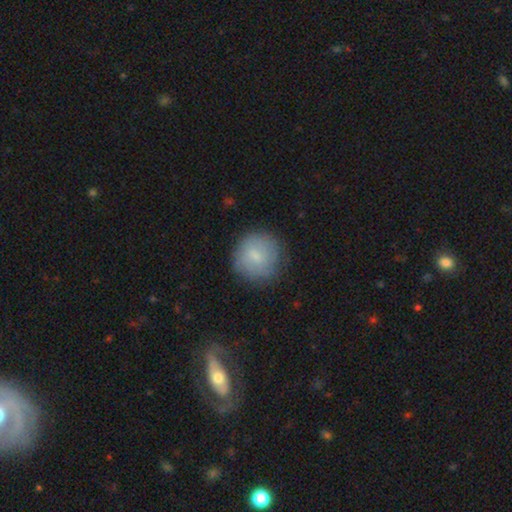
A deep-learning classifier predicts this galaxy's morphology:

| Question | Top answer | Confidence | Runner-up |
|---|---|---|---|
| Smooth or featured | smooth | 73% | featured or disk (20%) |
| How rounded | round | 91% | in between (8%) |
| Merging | none | 80% | minor disturbance (14%) |